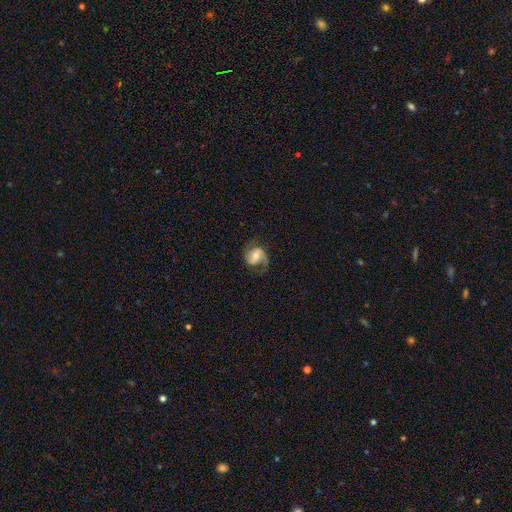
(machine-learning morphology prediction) A featured or disk galaxy (73%) with no bar (49%), 2 (78%) medium (47%) spiral arms (93%) and a moderate central bulge (61%). Merging: none (63%).